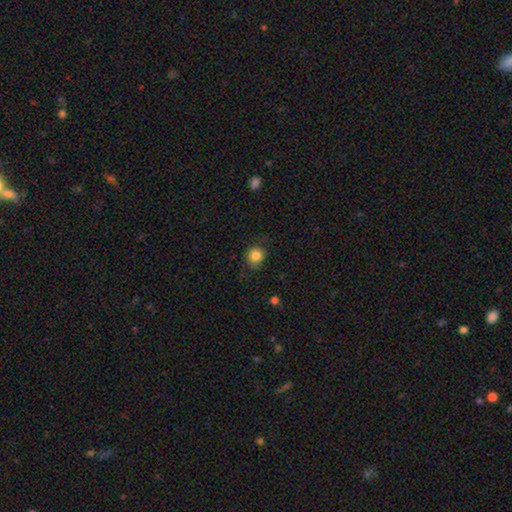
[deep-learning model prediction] Smooth or featured?
  - smooth: 85% *
  - star or artifact: 11%
  - featured or disk: 5%
How rounded?
  - round: 86% *
  - in between: 13%
  - cigar-shaped: 1%
Merging?
  - none: 80% *
  - minor disturbance: 15%
  - major disturbance: 4%
  - merger: 1%